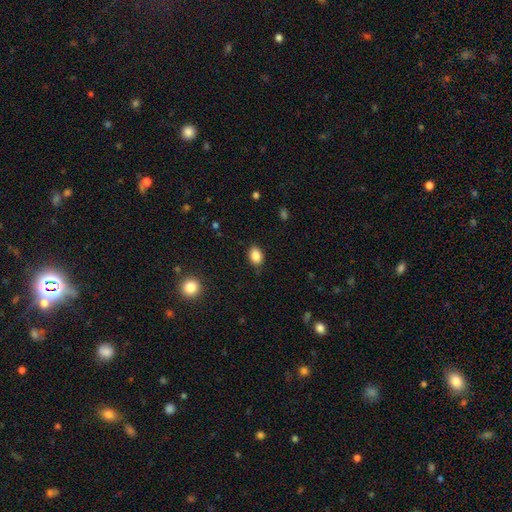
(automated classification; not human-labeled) Smooth or featured? smooth (87%)
How rounded? in between (75%)
Merging? none (83%)